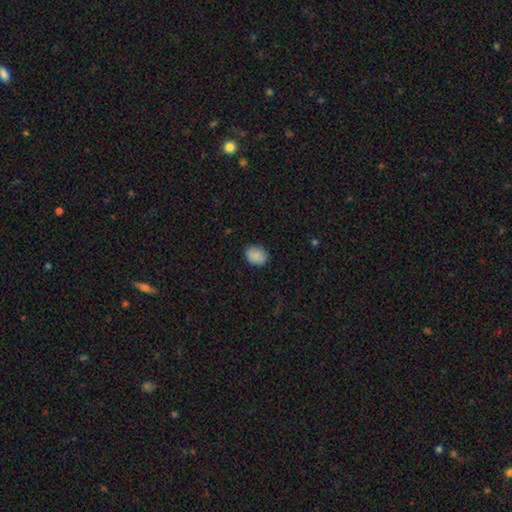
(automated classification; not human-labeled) A smooth galaxy with no disk features (88%) that is in between round and cigar-shaped (55%).

Vote fractions:
- Smooth or featured? smooth: 88% / star or artifact: 8% / featured or disk: 4%
- How rounded? in between: 55% / round: 44% / cigar-shaped: 1%
- Merging? none: 86% / minor disturbance: 11% / major disturbance: 2% / merger: 1%